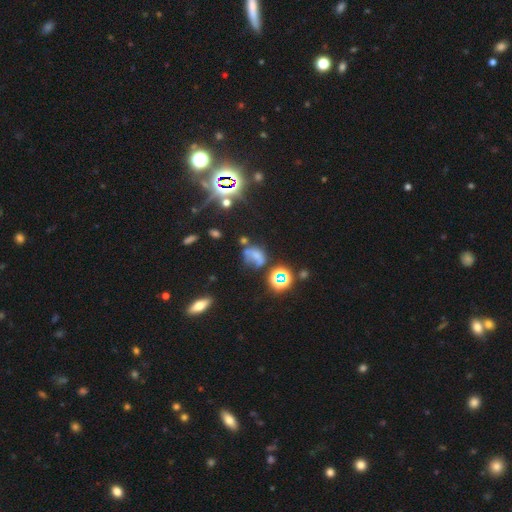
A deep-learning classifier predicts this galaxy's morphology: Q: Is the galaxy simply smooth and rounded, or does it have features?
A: smooth — 41%.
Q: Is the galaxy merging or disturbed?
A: none — 31%.